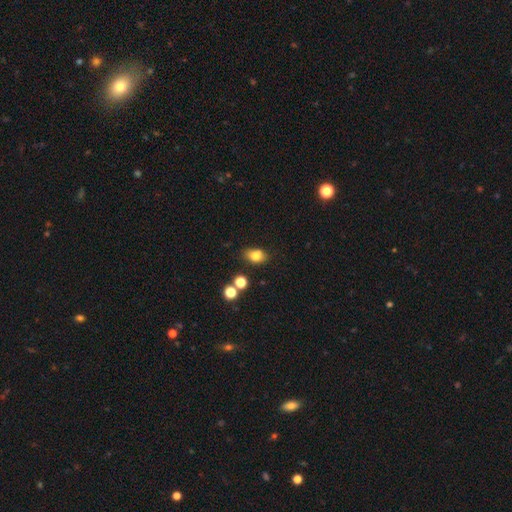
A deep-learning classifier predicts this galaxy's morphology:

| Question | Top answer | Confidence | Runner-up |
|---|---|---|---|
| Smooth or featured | smooth | 79% | star or artifact (12%) |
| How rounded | in between | 73% | round (25%) |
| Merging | none | 71% | minor disturbance (17%) |